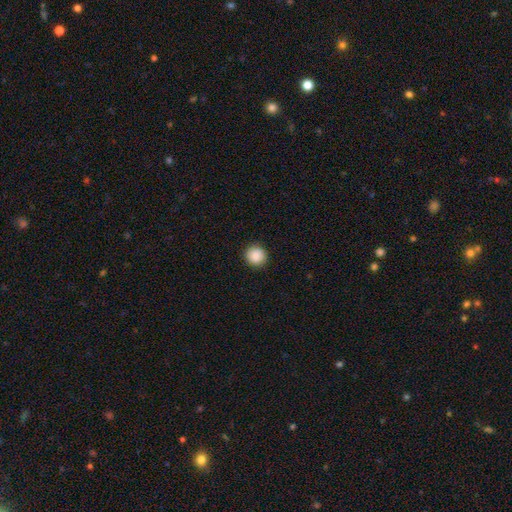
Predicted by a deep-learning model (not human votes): smooth-or-featured: smooth: 88% | star or artifact: 8% | featured or disk: 3%
  how-rounded: round: 94% | in between: 5% | cigar-shaped: 1%
  merging: none: 91% | minor disturbance: 6% | major disturbance: 2% | merger: 1%